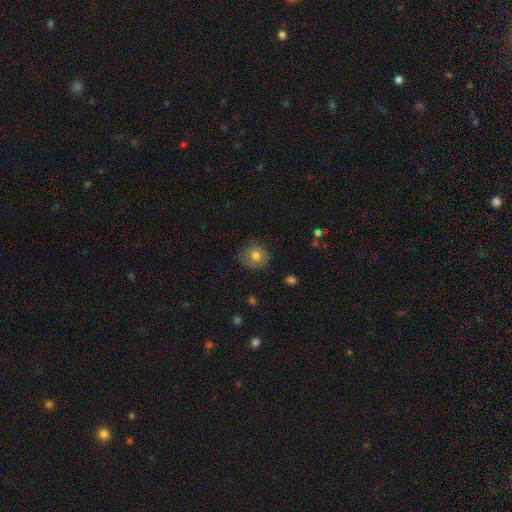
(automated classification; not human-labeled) smooth_or_featured: smooth (p=0.68) [alt: featured or disk p=0.22]
how_rounded: round (p=0.81) [alt: in between p=0.18]
merging: none (p=0.77) [alt: minor disturbance p=0.17]